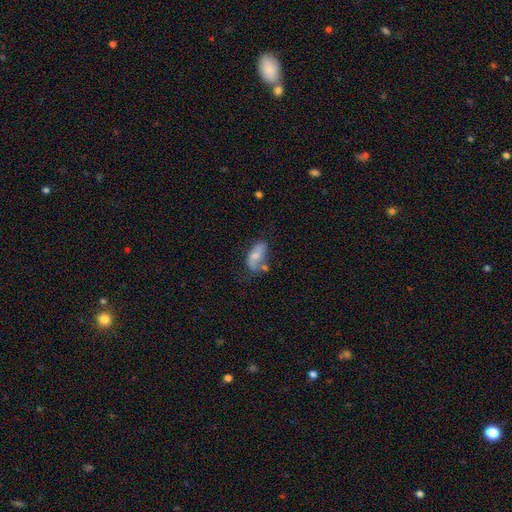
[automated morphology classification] smooth-or-featured: smooth: 56% | featured or disk: 36% | star or artifact: 8%
  how-rounded: in between: 88% | cigar-shaped: 8% | round: 4%
  merging: none: 36% | minor disturbance: 29% | major disturbance: 19% | merger: 16%